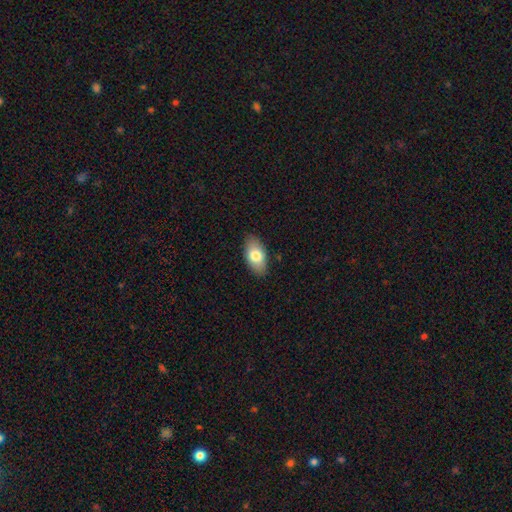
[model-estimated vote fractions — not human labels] smooth-or-featured: smooth: 78% | featured or disk: 15% | star or artifact: 6%
  how-rounded: in between: 93% | round: 4% | cigar-shaped: 3%
  merging: none: 87% | minor disturbance: 10% | major disturbance: 2% | merger: 1%